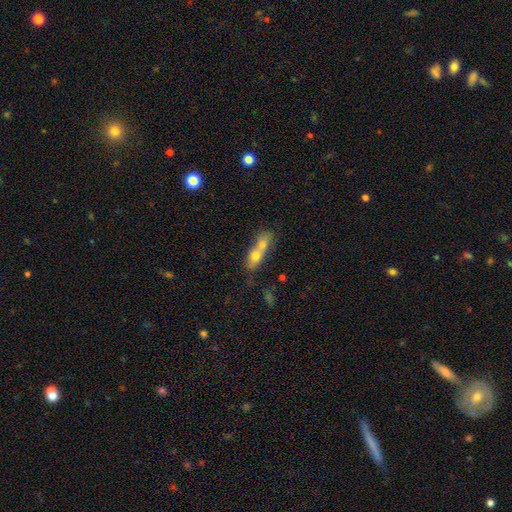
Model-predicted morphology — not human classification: This appears to be a smooth galaxy with no disk features (65%) that is in between round and cigar-shaped (56%). Merging: merger (72%).